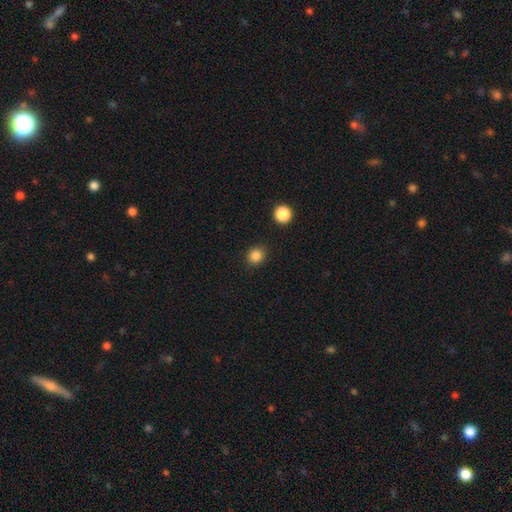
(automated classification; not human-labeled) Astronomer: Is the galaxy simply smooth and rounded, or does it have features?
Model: smooth — 85%.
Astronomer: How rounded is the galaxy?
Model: round — 79%.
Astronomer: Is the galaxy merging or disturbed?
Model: none — 89%.